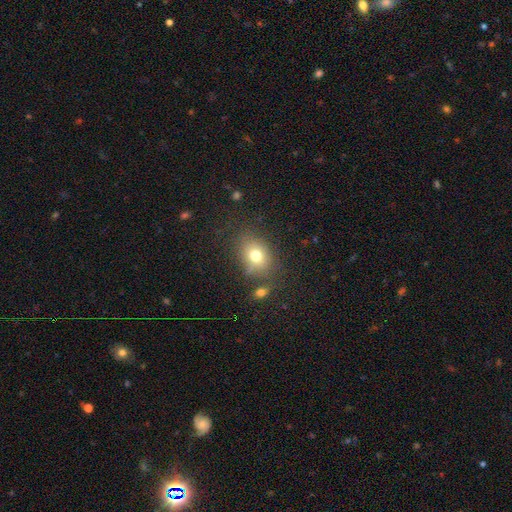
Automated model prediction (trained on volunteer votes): Smooth or featured: smooth — 76% (star or artifact — 12%)
How rounded: in between — 60% (round — 39%)
Merging: none — 73% (minor disturbance — 15%)